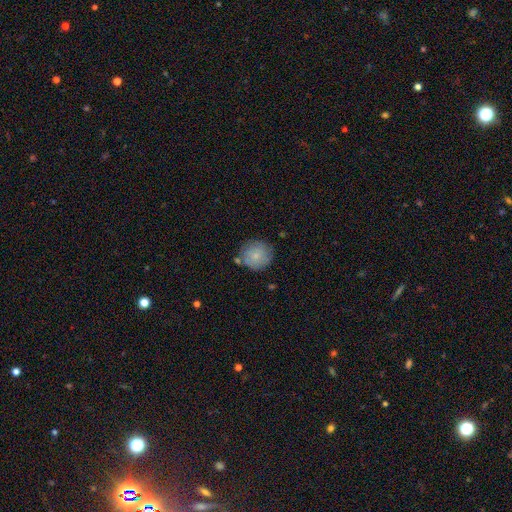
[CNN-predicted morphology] Smooth or featured? Predicted: smooth (p=0.79). How rounded? Predicted: round (p=0.91). Merging? Predicted: none (p=0.74).